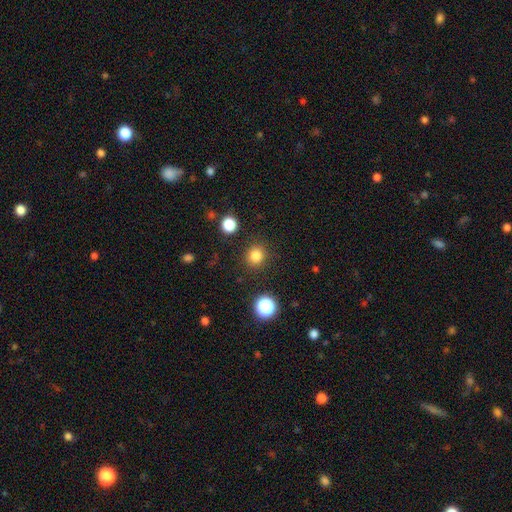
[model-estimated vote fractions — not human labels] Smooth or featured: smooth — 82% (star or artifact — 13%)
How rounded: round — 87% (in between — 12%)
Merging: none — 88% (minor disturbance — 7%)